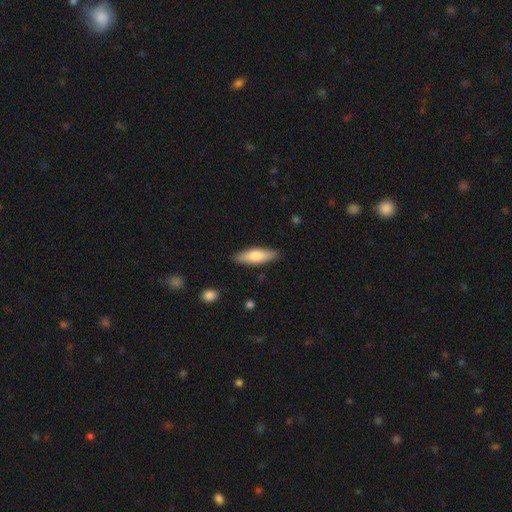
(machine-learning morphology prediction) smooth-or-featured: smooth: 71% | featured or disk: 23% | star or artifact: 5%
  how-rounded: cigar-shaped: 52% | in between: 46% | round: 2%
  merging: none: 87% | minor disturbance: 10% | major disturbance: 2% | merger: 1%